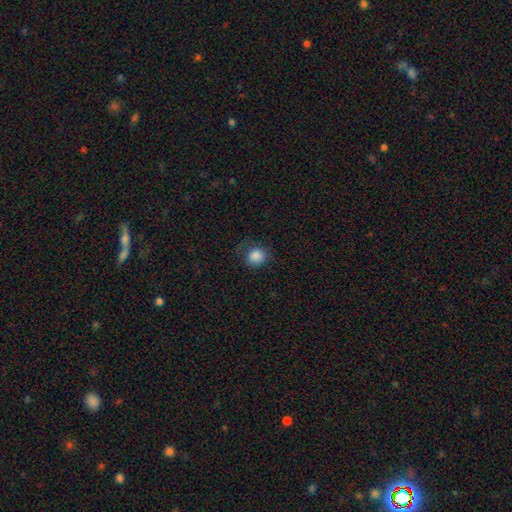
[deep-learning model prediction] smooth-or-featured: smooth: 86% | star or artifact: 10% | featured or disk: 4%
  how-rounded: round: 76% | in between: 23% | cigar-shaped: 1%
  merging: none: 70% | minor disturbance: 20% | major disturbance: 9% | merger: 1%